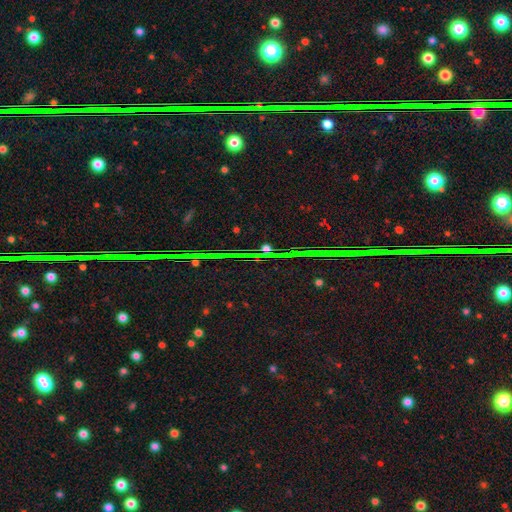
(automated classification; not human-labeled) smooth_or_featured: star or artifact (p=0.83) [alt: smooth p=0.09]